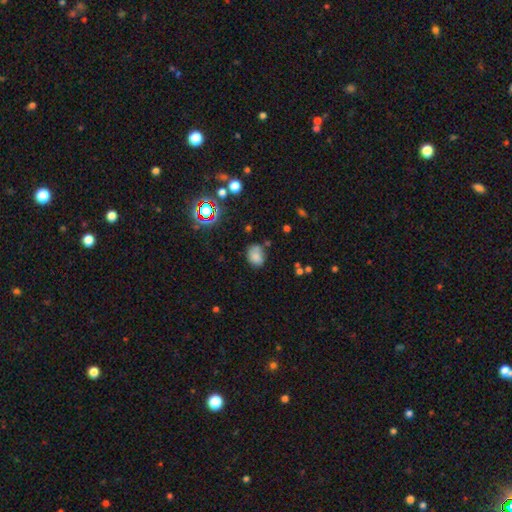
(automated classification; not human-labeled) Smooth or featured?
  - smooth: 77% *
  - star or artifact: 15%
  - featured or disk: 8%
How rounded?
  - in between: 63% *
  - round: 36%
  - cigar-shaped: 1%
Merging?
  - none: 64% *
  - minor disturbance: 24%
  - merger: 6%
  - major disturbance: 6%